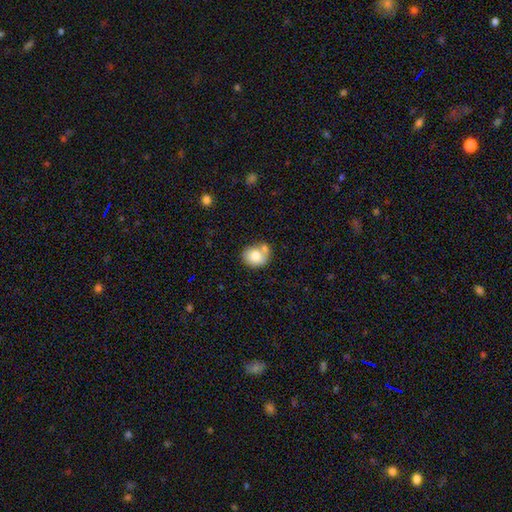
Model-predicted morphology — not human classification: This appears to be a smooth galaxy with no disk features (77%) that is round (63%). Merging: none (49%).